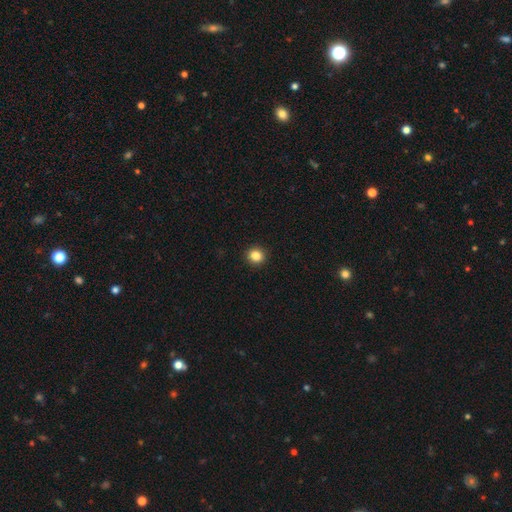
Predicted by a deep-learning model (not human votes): Morphology: type=smooth (86%); roundness=round (87%); merging=none (93%).